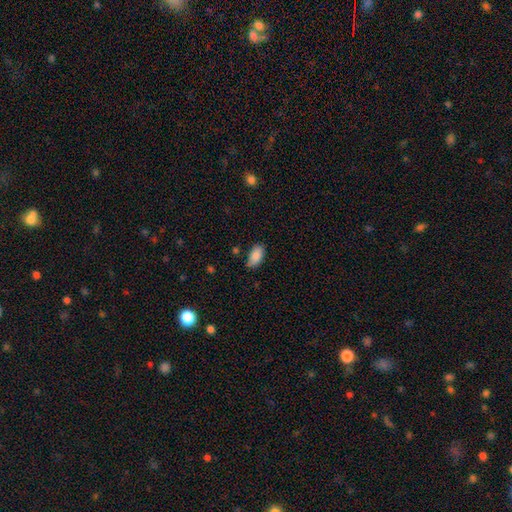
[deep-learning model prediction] Smooth or featured? Predicted: smooth (p=0.86). How rounded? Predicted: in between (p=0.93). Merging? Predicted: none (p=0.72).